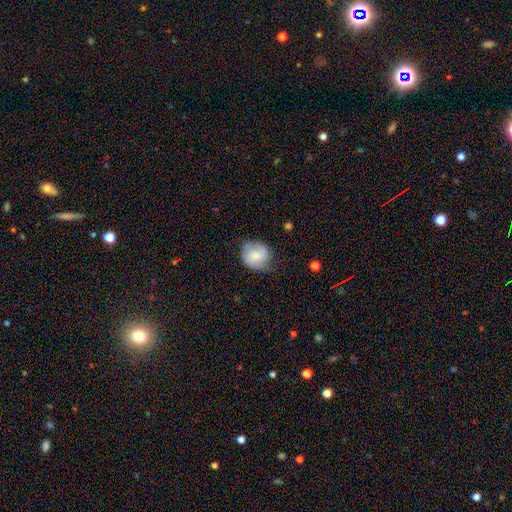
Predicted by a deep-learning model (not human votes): Overall: smooth (62%; featured or disk 31%). How rounded: round (80%). Merging: none (60%; minor disturbance 30%).